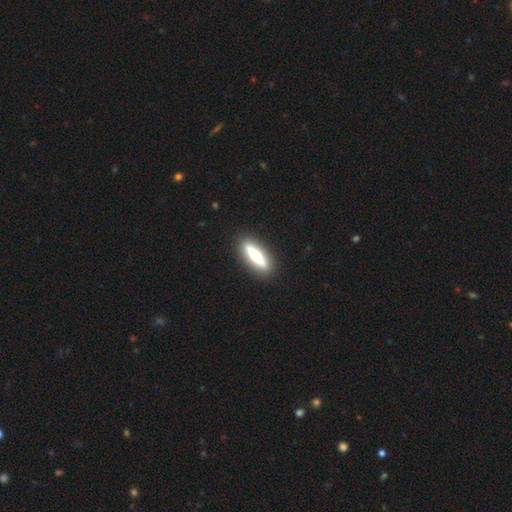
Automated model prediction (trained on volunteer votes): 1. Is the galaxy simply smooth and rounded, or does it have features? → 47% featured or disk (tied), 47% smooth (tied), 6% star or artifact.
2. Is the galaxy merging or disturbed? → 91% none, 6% minor disturbance, 2% major disturbance, 1% merger.